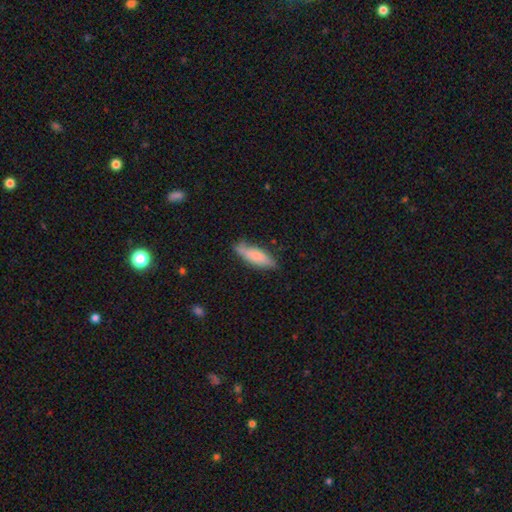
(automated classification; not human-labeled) A smooth galaxy with no disk features (74%) that is cigar-shaped (53%).

Vote fractions:
- Smooth or featured? smooth: 74% / featured or disk: 19% / star or artifact: 6%
- How rounded? cigar-shaped: 53% / in between: 45% / round: 2%
- Merging? none: 69% / minor disturbance: 24% / major disturbance: 5% / merger: 3%